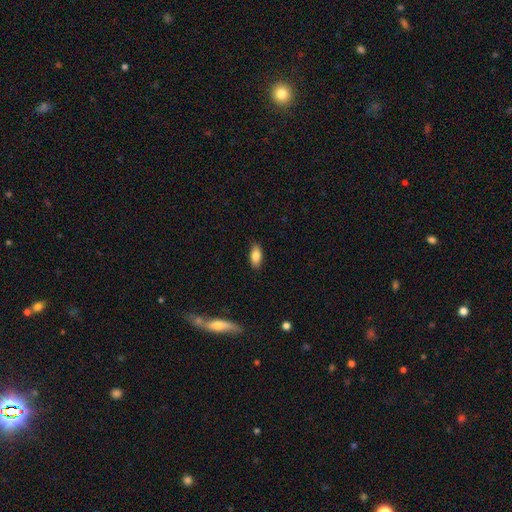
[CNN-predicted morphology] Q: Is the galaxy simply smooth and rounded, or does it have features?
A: smooth — 83%.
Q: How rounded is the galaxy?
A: in between — 88%.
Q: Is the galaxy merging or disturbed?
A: none — 86%.